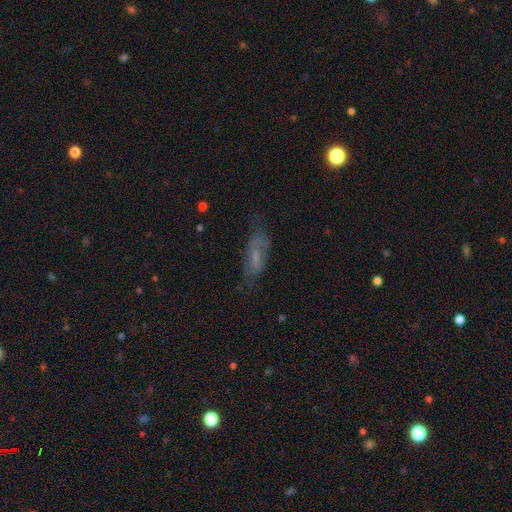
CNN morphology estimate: Smooth or featured: smooth — 44% (featured or disk — 42%)
Merging: none — 61% (minor disturbance — 23%)